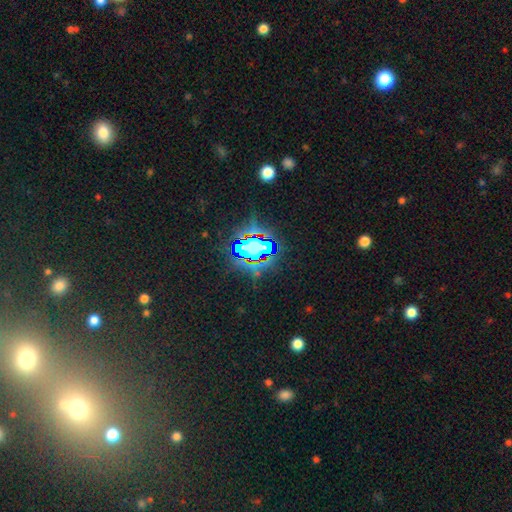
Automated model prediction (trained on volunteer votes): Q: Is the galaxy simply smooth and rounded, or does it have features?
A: star or artifact — 78%.